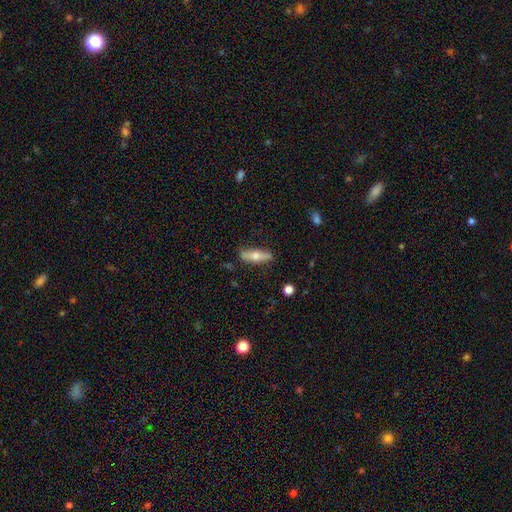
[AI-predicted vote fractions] smooth 53%, featured or disk 41%, star or artifact 6%. Down the decision tree: how rounded — cigar-shaped (65%); merging — none (82%).